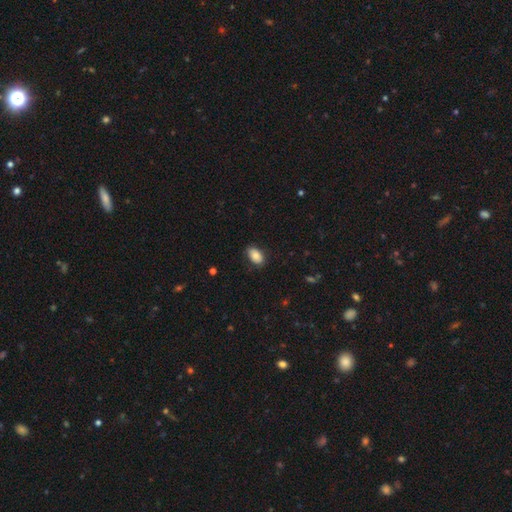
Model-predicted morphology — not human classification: This is clearly a smooth galaxy (82%). How rounded: clearly in between (92%). Merging: clearly none (80%).